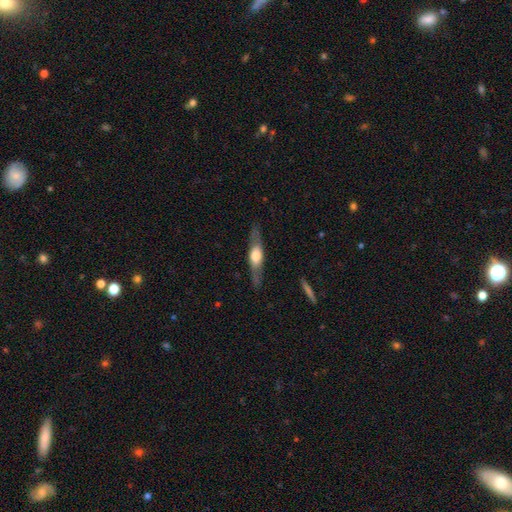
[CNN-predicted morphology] type=featured or disk (61%); edge-on=yes (87%); edge-on bulge=rounded (86%); merging=none (82%).